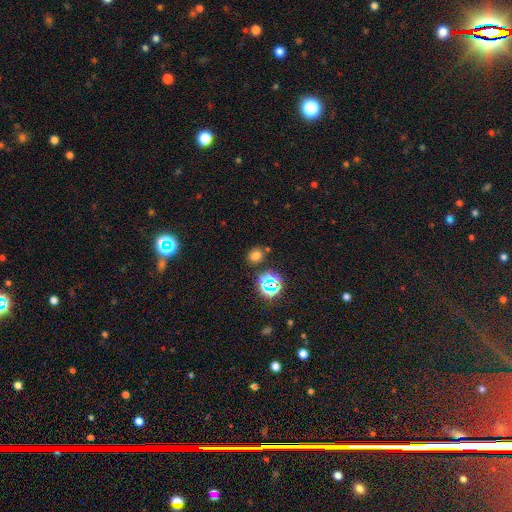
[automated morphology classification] Smooth or featured?
  - smooth: 69% *
  - star or artifact: 25%
  - featured or disk: 6%
How rounded?
  - round: 73% *
  - in between: 26%
  - cigar-shaped: 1%
Merging?
  - none: 80% *
  - minor disturbance: 10%
  - merger: 7%
  - major disturbance: 3%